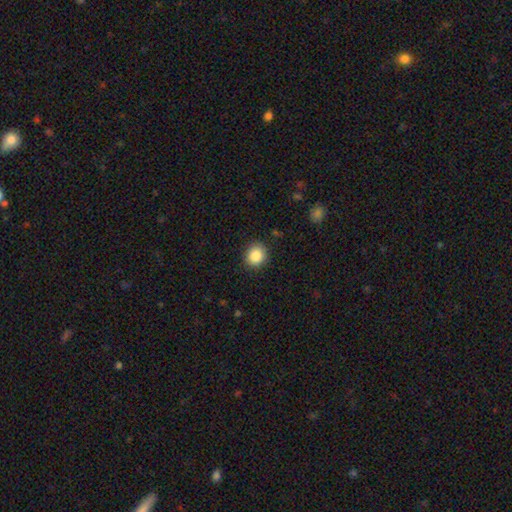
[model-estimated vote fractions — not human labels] The model was most divided on "how rounded": round: 78%, in between: 21%, cigar-shaped: 1%. More confident: merging — none (89%); smooth or featured — smooth (87%).